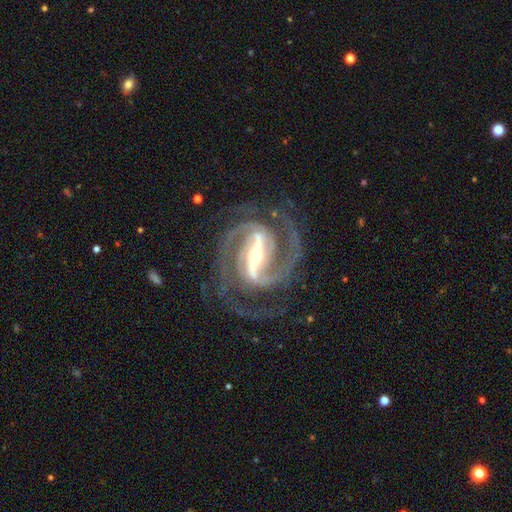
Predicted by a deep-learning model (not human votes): Morphology: type=featured or disk (94%); edge-on=no (97%); bar=strong (80%); spiral arms=yes (99%); winding=medium (53%); arm count=2 (70%); bulge=small (51%); merging=none (75%).